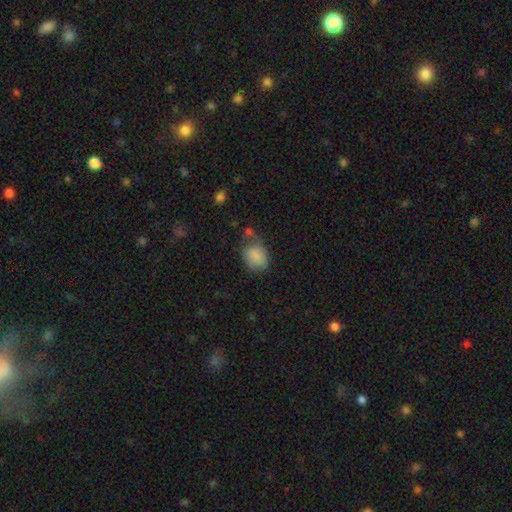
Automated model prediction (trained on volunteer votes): smooth-or-featured: smooth: 85% | star or artifact: 8% | featured or disk: 7%
  how-rounded: in between: 62% | round: 37% | cigar-shaped: 1%
  merging: none: 55% | minor disturbance: 27% | major disturbance: 10% | merger: 8%